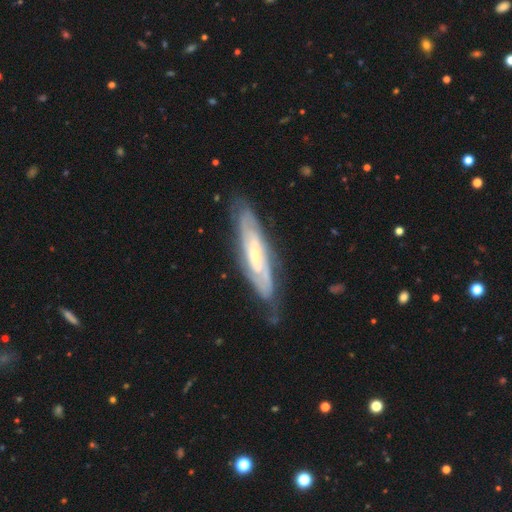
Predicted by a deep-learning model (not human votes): This appears to be a featured or disk galaxy (78%) with no bar (44%), spiral arms (90%) and a small central bulge (57%). Merging: none (73%).